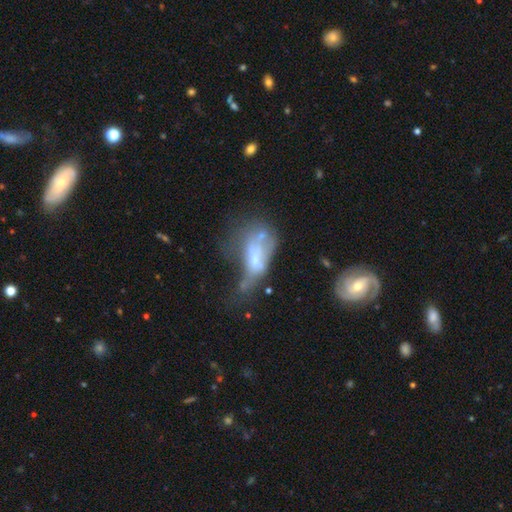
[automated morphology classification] This is possibly a featured or disk galaxy (49%). Merging: marginally major disturbance (43%).